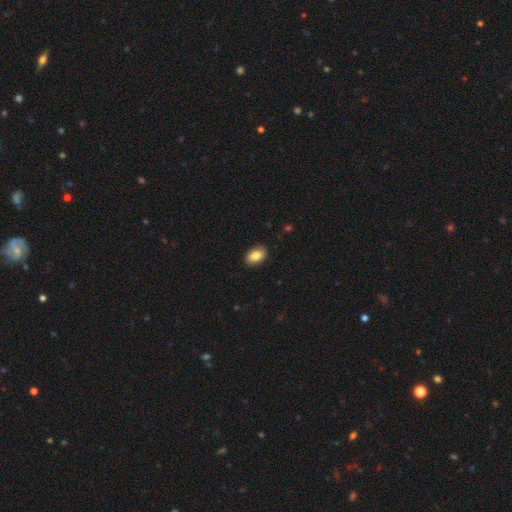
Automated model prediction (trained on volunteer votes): Smooth or featured? smooth (85%)
How rounded? in between (91%)
Merging? none (89%)